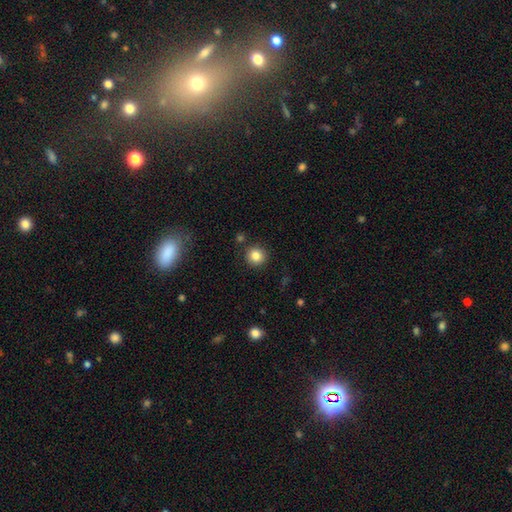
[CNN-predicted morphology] This appears to be a smooth galaxy with no disk features (84%) that is round (93%). Merging: none (87%).